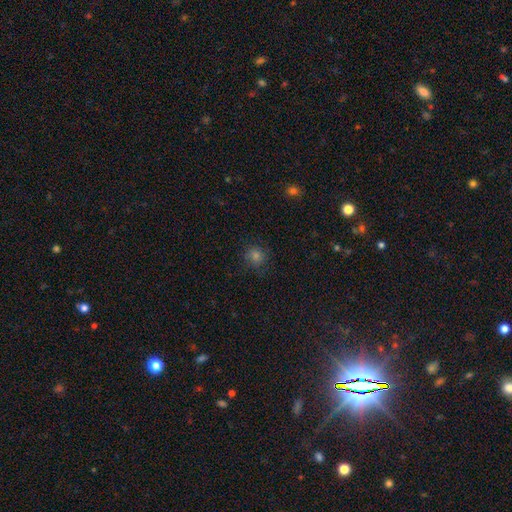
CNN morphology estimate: Smooth or featured?
  - smooth: 69% *
  - star or artifact: 24%
  - featured or disk: 7%
How rounded?
  - round: 89% *
  - in between: 10%
  - cigar-shaped: 1%
Merging?
  - none: 83% *
  - minor disturbance: 11%
  - major disturbance: 4%
  - merger: 1%